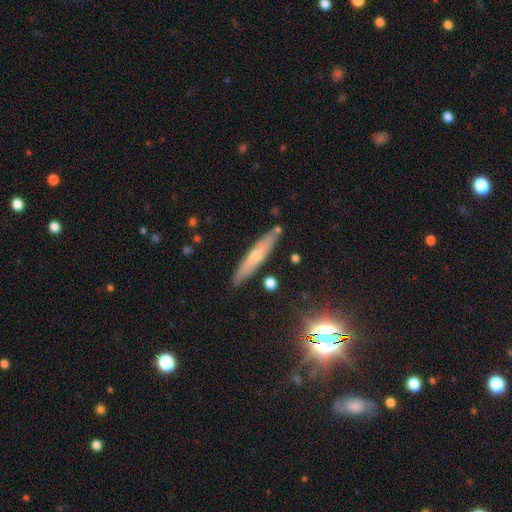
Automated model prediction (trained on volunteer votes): Smooth or featured? smooth (46%, tied with featured or disk)
Merging? none (84%)